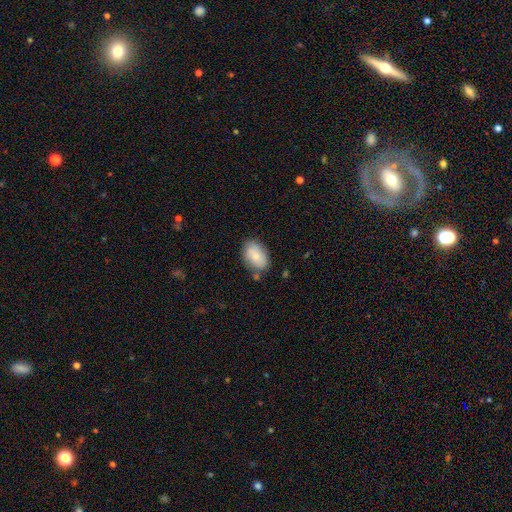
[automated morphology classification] smooth 80%, featured or disk 13%, star or artifact 7%. Down the decision tree: how rounded — in between (89%); merging — none (75%).